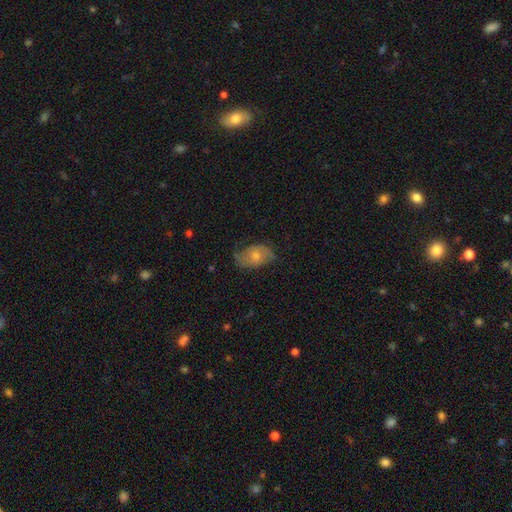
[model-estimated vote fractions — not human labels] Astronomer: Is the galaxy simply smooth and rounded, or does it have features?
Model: featured or disk — 49% (runner-up: smooth, 44%).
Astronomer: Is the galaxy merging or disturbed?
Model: none — 60%.